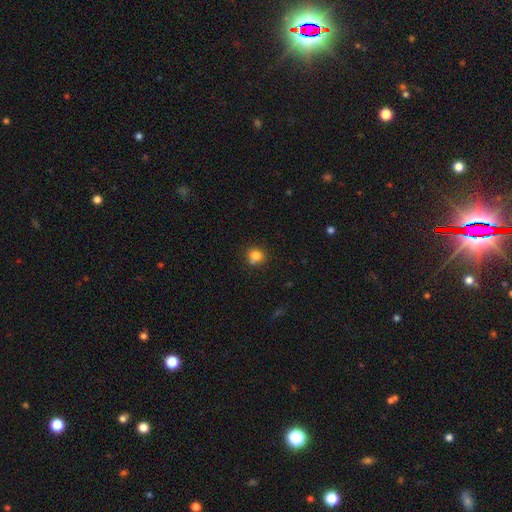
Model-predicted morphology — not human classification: smooth_or_featured: smooth (p=0.81) [alt: star or artifact p=0.12]
how_rounded: round (p=0.82) [alt: in between p=0.17]
merging: none (p=0.67) [alt: merger p=0.15]